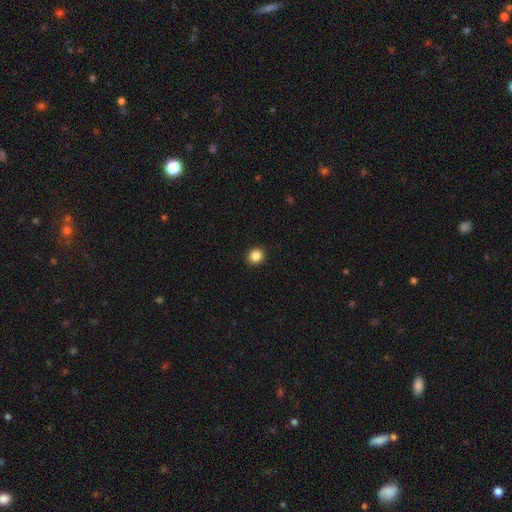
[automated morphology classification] type=smooth (86%); roundness=round (80%); merging=none (92%).